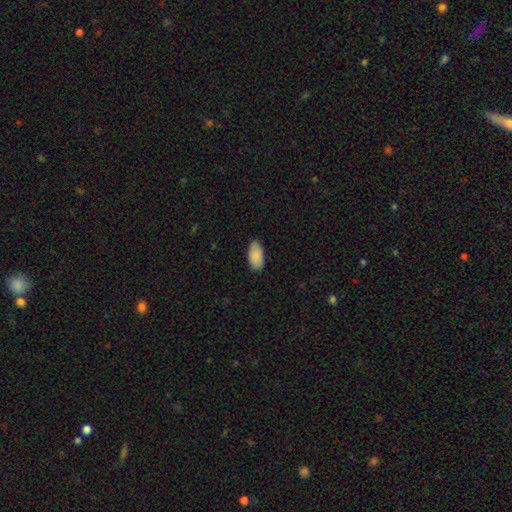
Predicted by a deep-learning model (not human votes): Smooth or featured?
  - smooth: 89% *
  - star or artifact: 6%
  - featured or disk: 5%
How rounded?
  - in between: 95% *
  - cigar-shaped: 3%
  - round: 2%
Merging?
  - none: 84% *
  - minor disturbance: 13%
  - major disturbance: 2%
  - merger: 1%